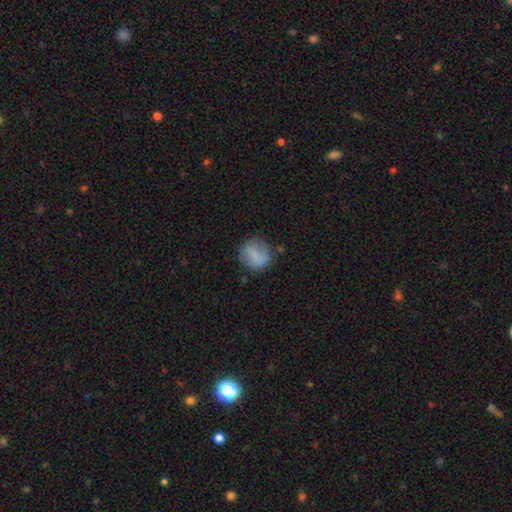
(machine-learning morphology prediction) A smooth galaxy with no disk features (77%) that is round (76%).

Vote fractions:
- Smooth or featured? smooth: 77% / featured or disk: 15% / star or artifact: 8%
- How rounded? round: 76% / in between: 23% / cigar-shaped: 2%
- Merging? none: 71% / minor disturbance: 19% / major disturbance: 7% / merger: 3%